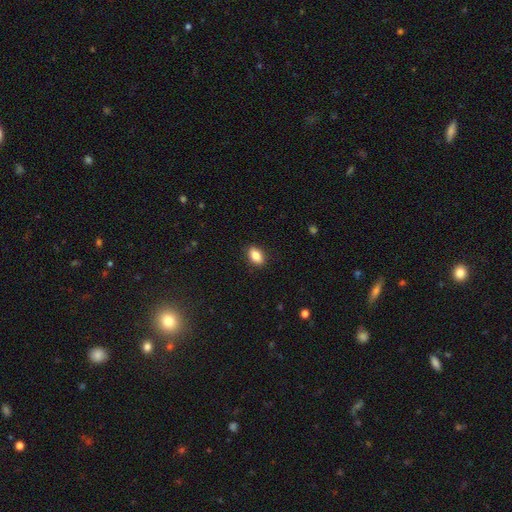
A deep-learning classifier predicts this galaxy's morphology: This appears to be a smooth galaxy with no disk features (86%) that is in between round and cigar-shaped (89%). Merging: none (89%).